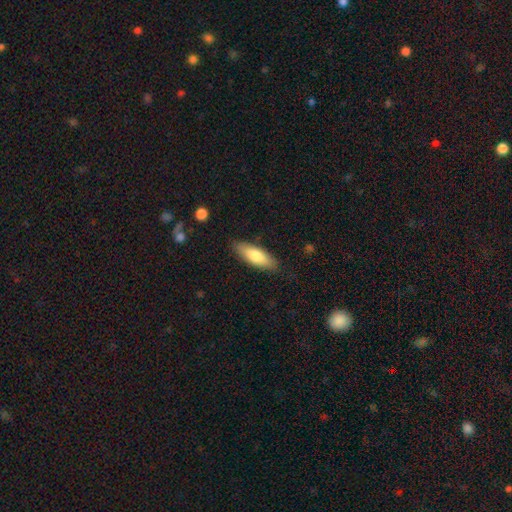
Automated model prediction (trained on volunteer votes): smooth_or_featured: smooth (p=0.75) [alt: featured or disk p=0.20]
how_rounded: in between (p=0.57) [alt: cigar-shaped p=0.42]
merging: none (p=0.86) [alt: minor disturbance p=0.11]